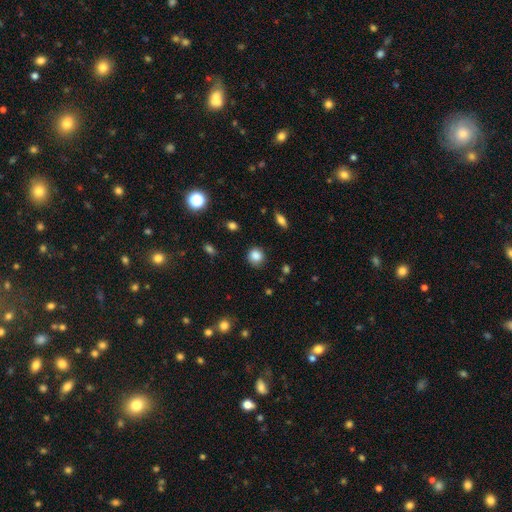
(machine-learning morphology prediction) This is clearly a smooth galaxy (85%). How rounded: clearly round (89%). Merging: clearly none (85%).